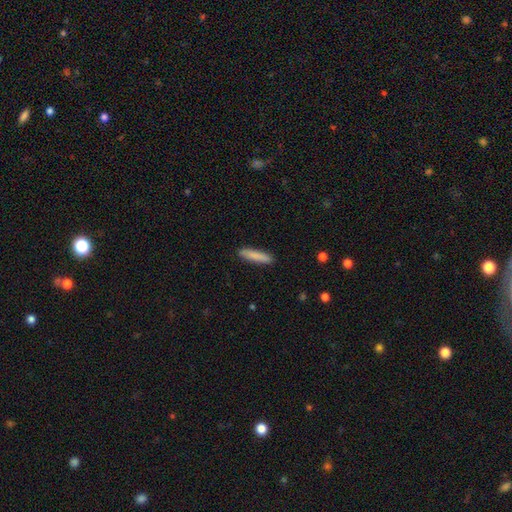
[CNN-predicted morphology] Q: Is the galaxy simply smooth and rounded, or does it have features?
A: smooth — 85%.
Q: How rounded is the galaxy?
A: cigar-shaped — 88%.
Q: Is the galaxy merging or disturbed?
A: none — 90%.